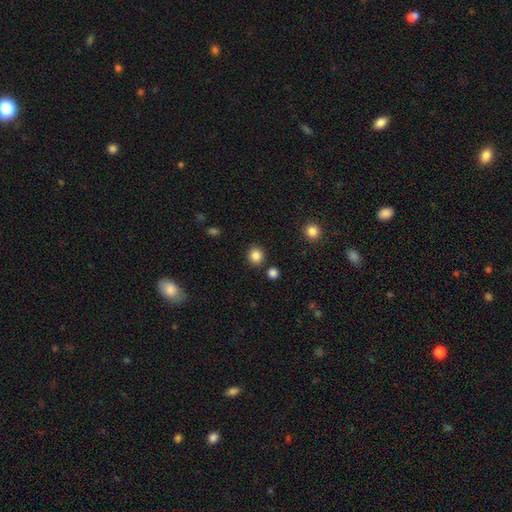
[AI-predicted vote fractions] Smooth or featured? smooth (85%)
How rounded? round (88%)
Merging? none (86%)